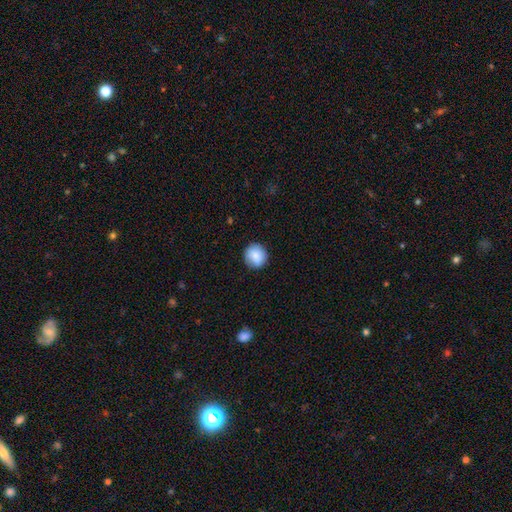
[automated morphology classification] Smooth or featured? Predicted: smooth (p=0.85). How rounded? Predicted: round (p=0.90). Merging? Predicted: none (p=0.85).